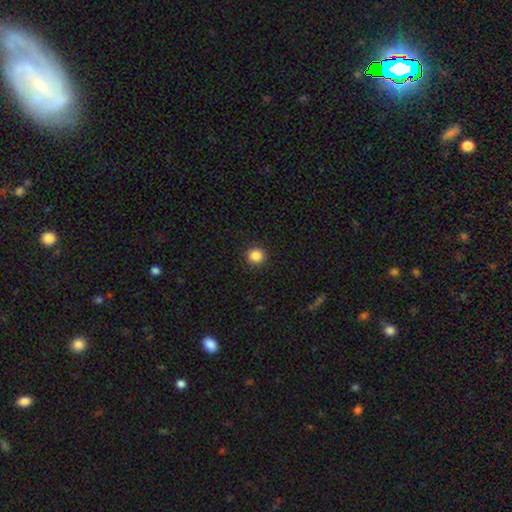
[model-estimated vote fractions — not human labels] Smooth or featured? smooth (86%)
How rounded? round (90%)
Merging? none (92%)